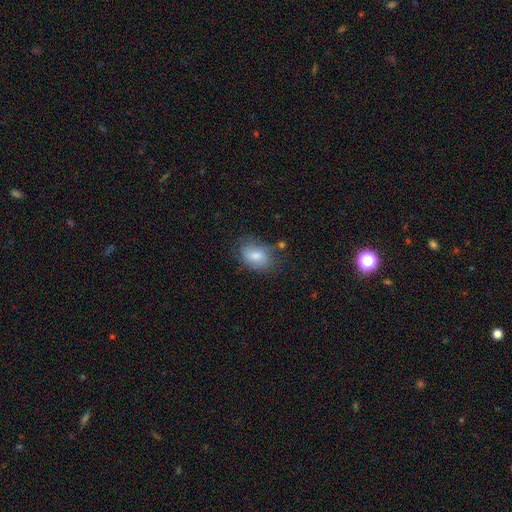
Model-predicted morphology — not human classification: smooth_or_featured: smooth (p=0.72) [alt: featured or disk p=0.20]
how_rounded: in between (p=0.82) [alt: round p=0.16]
merging: none (p=0.59) [alt: minor disturbance p=0.27]